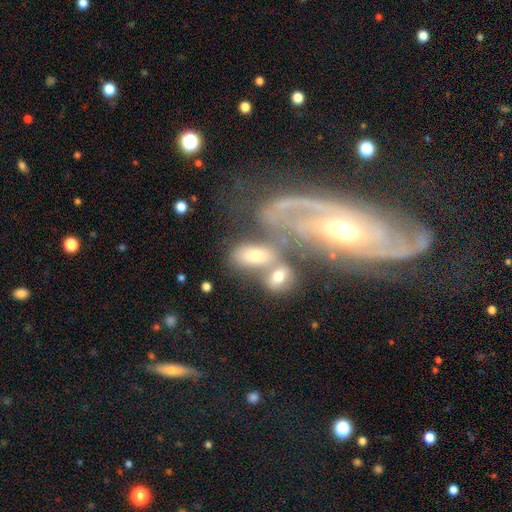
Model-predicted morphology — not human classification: This is possibly a smooth galaxy (51%). How rounded: clearly in between (86%). Merging: possibly merger (45%).